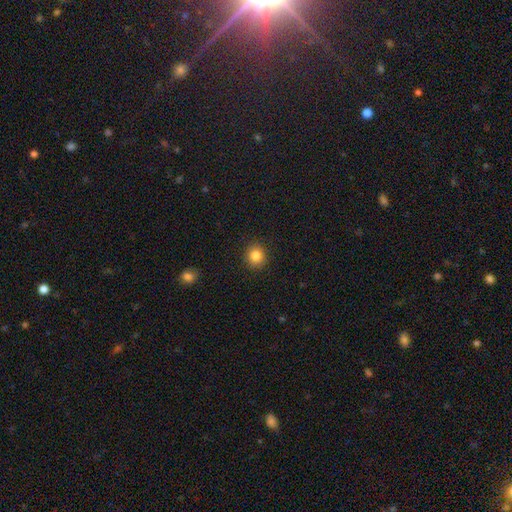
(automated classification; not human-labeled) smooth 84%, star or artifact 11%, featured or disk 5%. Down the decision tree: how rounded — round (86%); merging — none (91%).